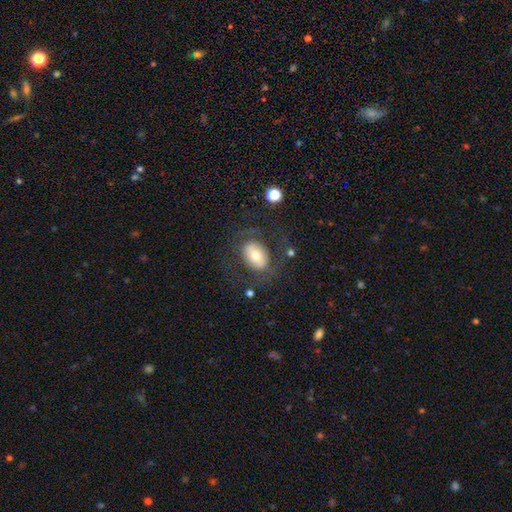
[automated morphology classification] This appears to be a smooth galaxy with no disk features (59%) that is in between round and cigar-shaped (81%). Merging: none (65%).